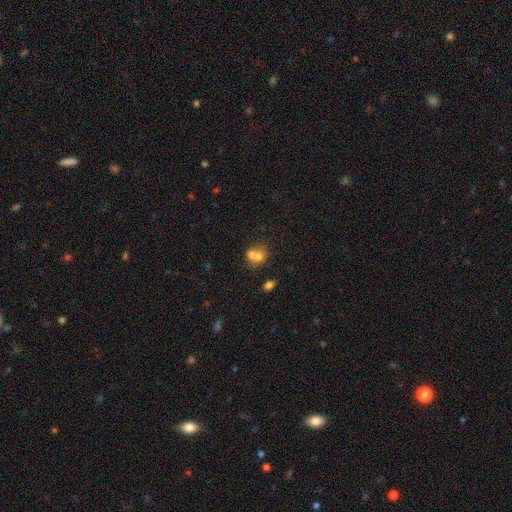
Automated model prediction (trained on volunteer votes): Morphology: type=smooth (69%); roundness=round (61%); merging=merger (63%).